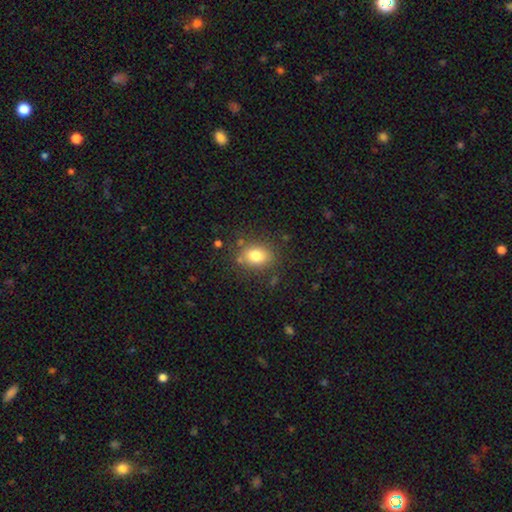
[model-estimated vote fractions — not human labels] Smooth or featured? Predicted: smooth (p=0.80). How rounded? Predicted: in between (p=0.61). Merging? Predicted: none (p=0.79).